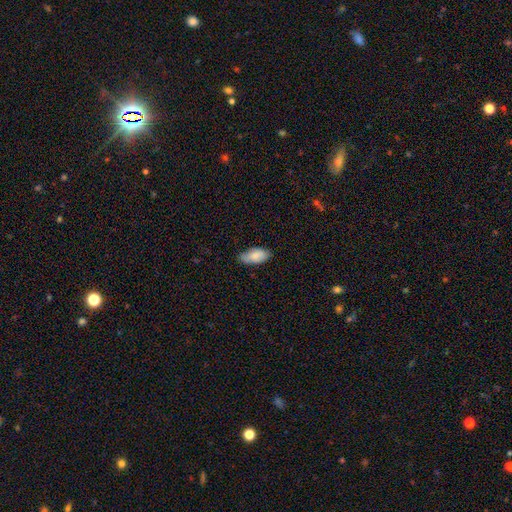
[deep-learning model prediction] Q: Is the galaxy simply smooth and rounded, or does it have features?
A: smooth — 79%.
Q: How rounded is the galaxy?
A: in between — 92%.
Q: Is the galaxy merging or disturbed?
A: none — 71%.